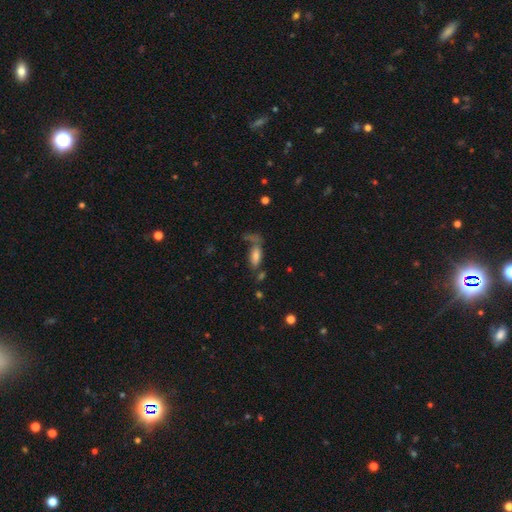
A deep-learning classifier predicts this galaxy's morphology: A smooth galaxy with no disk features (74%) that is in between round and cigar-shaped (81%). Merging: none (45%).